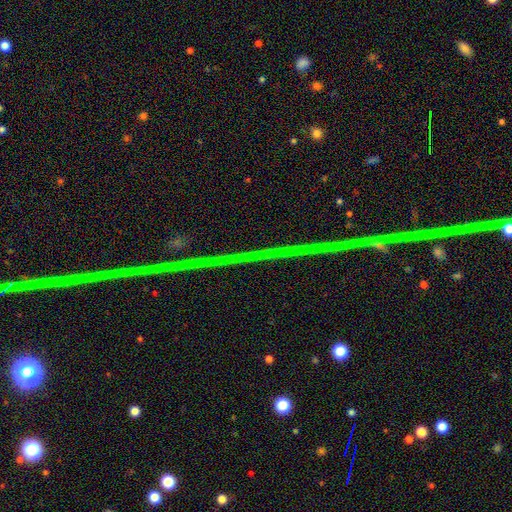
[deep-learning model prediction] This appears to be a star or artifact, not a galaxy (80%).